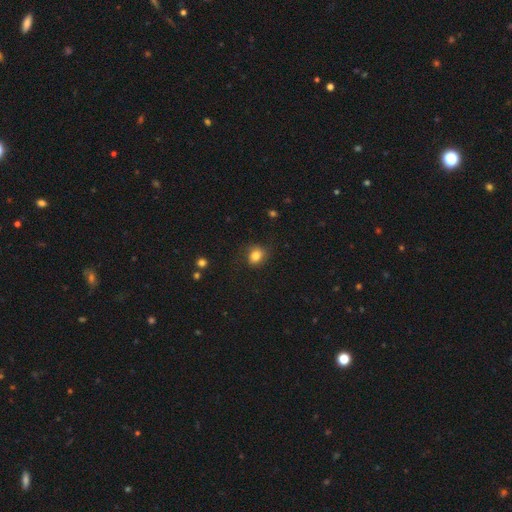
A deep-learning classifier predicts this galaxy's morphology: Smooth or featured: smooth — 82% (star or artifact — 11%)
How rounded: round — 52% (in between — 47%)
Merging: none — 75% (minor disturbance — 18%)